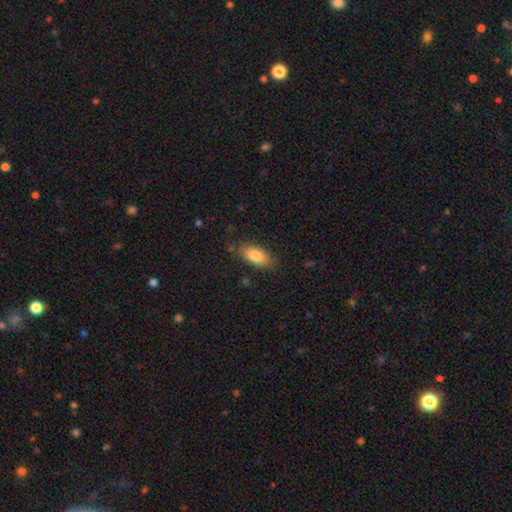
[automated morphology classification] This appears to be a smooth galaxy with no disk features (82%) that is in between round and cigar-shaped (87%). Merging: none (80%).